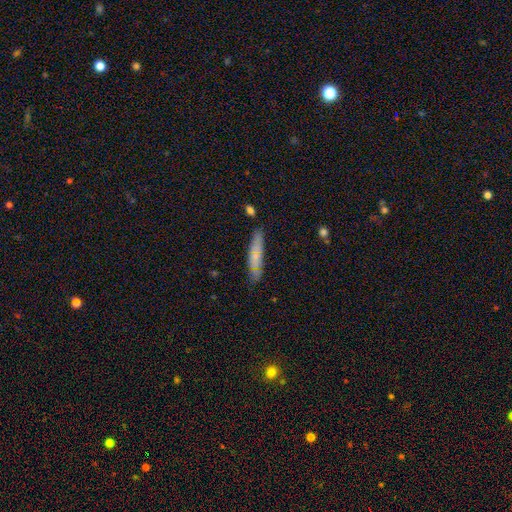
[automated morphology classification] Overall: smooth (58%; featured or disk 35%). How rounded: cigar-shaped (83%). Merging: none (75%).